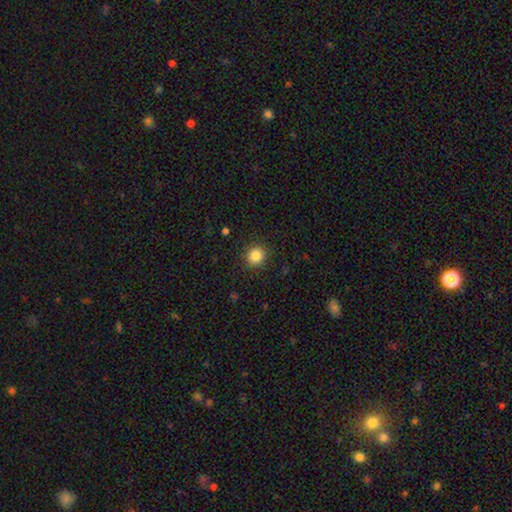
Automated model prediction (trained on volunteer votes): Smooth or featured: smooth — 85% (star or artifact — 11%)
How rounded: round — 90% (in between — 9%)
Merging: none — 90% (minor disturbance — 6%)